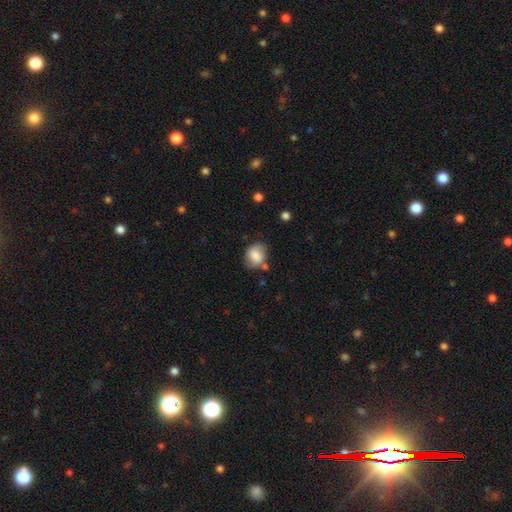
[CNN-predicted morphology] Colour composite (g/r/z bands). It shows a smooth galaxy with no disk features (79%) that is round (56%). Merging: none (64%).